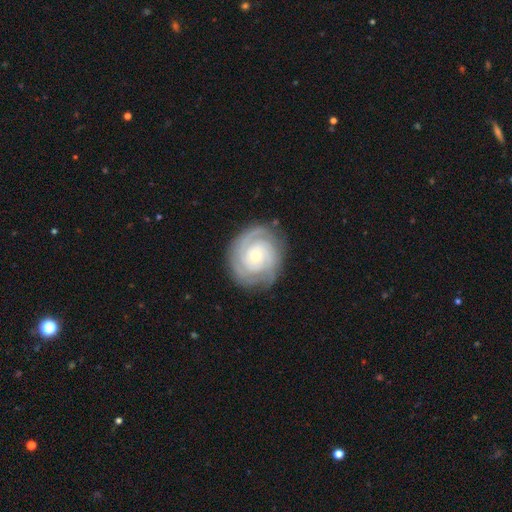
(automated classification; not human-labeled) Smooth or featured: featured or disk — 87% (smooth — 9%)
Edge-on disk: no — 98% (yes — 2%)
Bar: no — 78% (weak — 18%)
Spiral arms: yes — 97% (no — 3%)
Spiral winding: tight — 79% (medium — 18%)
Spiral arm count: 3 — 30% (2 — 26%)
Bulge size: small — 49% (moderate — 48%)
Merging: none — 82% (minor disturbance — 13%)